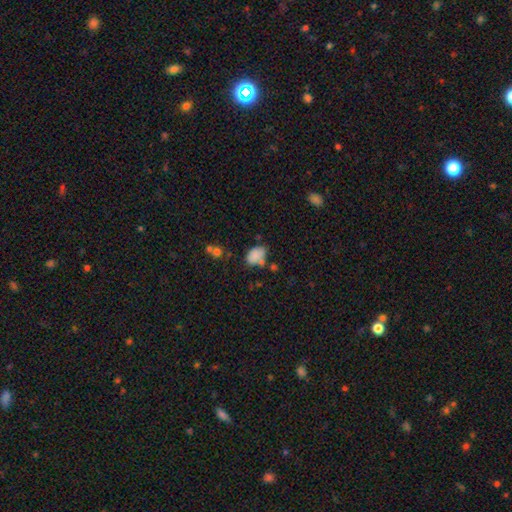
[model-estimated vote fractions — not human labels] A smooth galaxy with no disk features (80%) that is in between round and cigar-shaped (83%).

Vote fractions:
- Smooth or featured? smooth: 80% / star or artifact: 11% / featured or disk: 10%
- How rounded? in between: 83% / round: 16% / cigar-shaped: 1%
- Merging? none: 52% / minor disturbance: 25% / merger: 15% / major disturbance: 9%